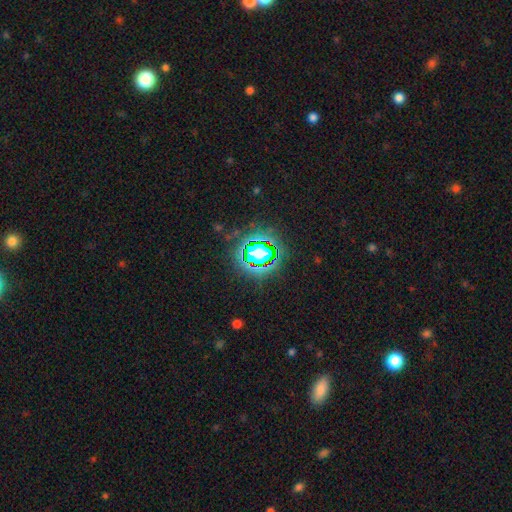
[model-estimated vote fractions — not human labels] Smooth or featured? star or artifact (79%)